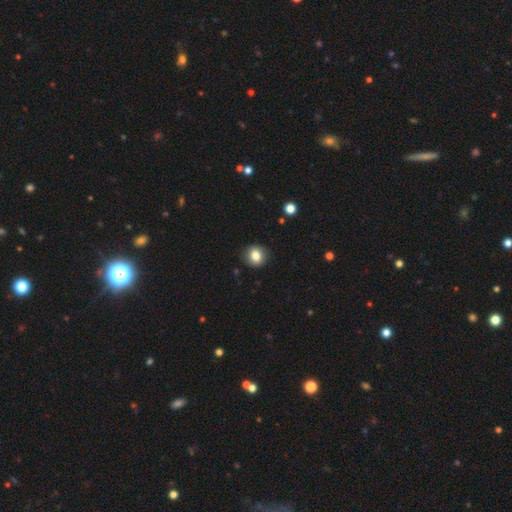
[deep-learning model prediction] A smooth galaxy with no disk features (82%) that is round (79%). Merging: none (88%).